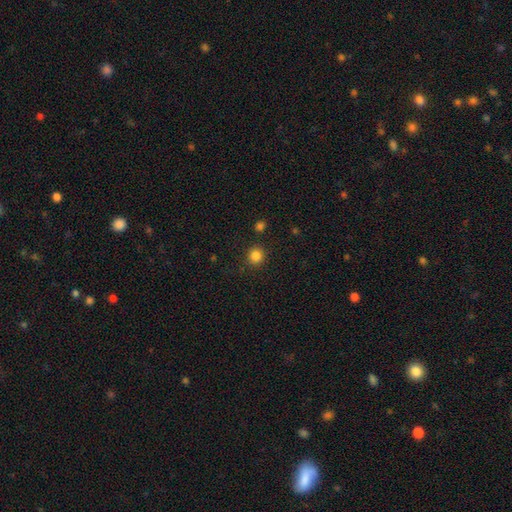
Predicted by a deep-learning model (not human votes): Overall: smooth (85%). How rounded: round (90%). Merging: none (88%).